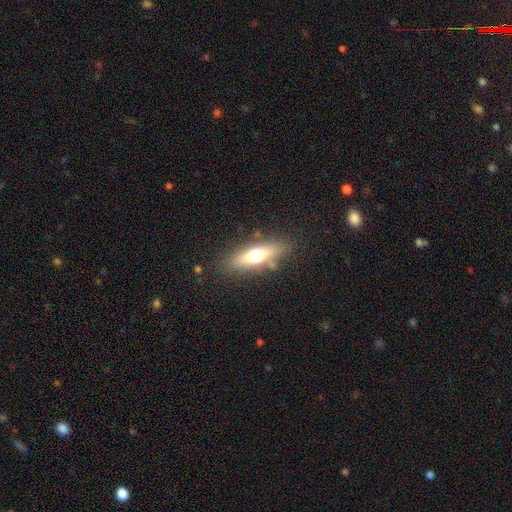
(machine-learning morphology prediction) Q: Smooth or featured?
A: smooth (56%); runner-up: featured or disk (36%)
Q: How rounded?
A: cigar-shaped (54%); runner-up: in between (43%)
Q: Merging?
A: none (79%); runner-up: minor disturbance (13%)